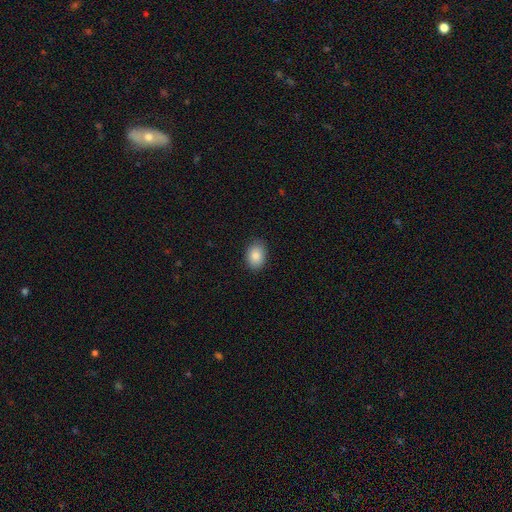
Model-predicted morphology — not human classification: type=smooth (87%); roundness=in between (77%); merging=none (86%).